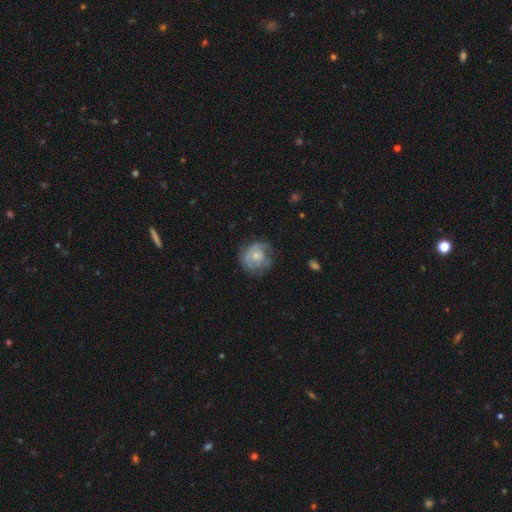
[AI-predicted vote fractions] featured or disk 57%, smooth 36%, star or artifact 7%. Down the decision tree: edge-on disk — no (98%); bar — no (83%); spiral arms — yes (69%); bulge size — small (49%); merging — none (61%).